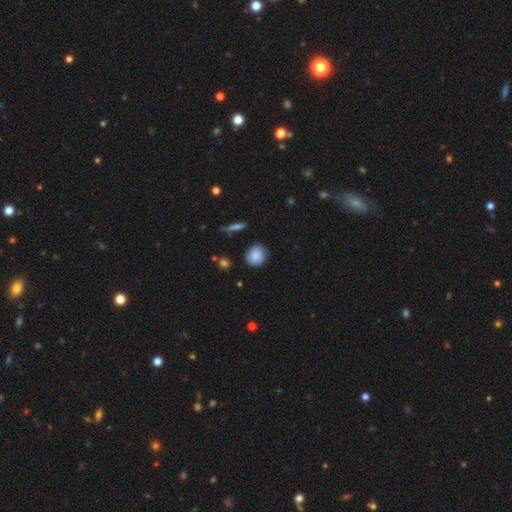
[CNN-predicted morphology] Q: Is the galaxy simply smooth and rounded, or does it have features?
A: smooth — 81%.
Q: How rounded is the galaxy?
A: round — 77%.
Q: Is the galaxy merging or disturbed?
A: none — 78%.